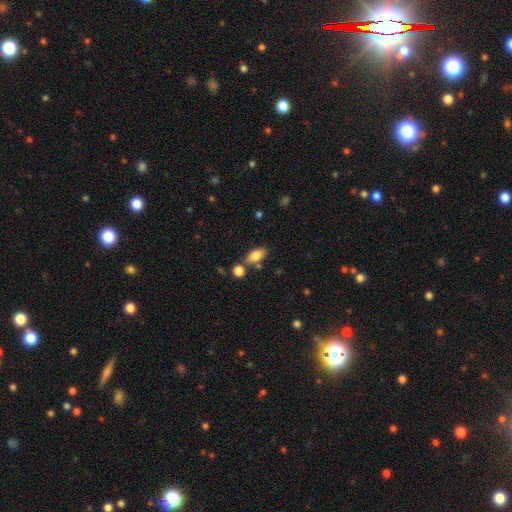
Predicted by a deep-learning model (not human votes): A smooth galaxy with no disk features (82%) that is in between round and cigar-shaped (88%).

Vote fractions:
- Smooth or featured? smooth: 82% / featured or disk: 9% / star or artifact: 8%
- How rounded? in between: 88% / round: 6% / cigar-shaped: 6%
- Merging? none: 71% / minor disturbance: 13% / merger: 12% / major disturbance: 4%